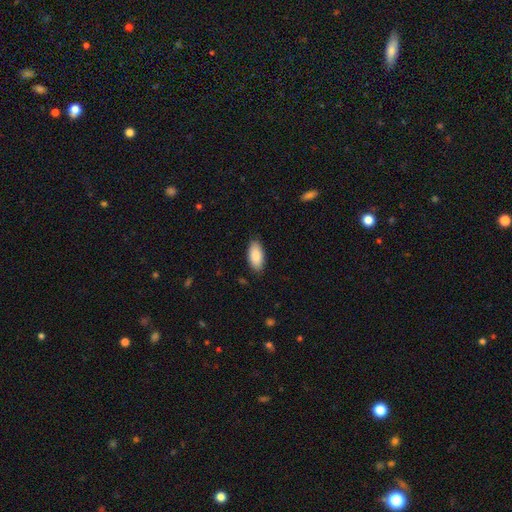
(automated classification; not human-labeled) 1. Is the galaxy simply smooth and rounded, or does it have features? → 88% smooth, 6% featured or disk, 6% star or artifact.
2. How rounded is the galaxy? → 93% in between, 5% cigar-shaped, 2% round.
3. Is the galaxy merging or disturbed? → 86% none, 11% minor disturbance, 2% major disturbance, 1% merger.